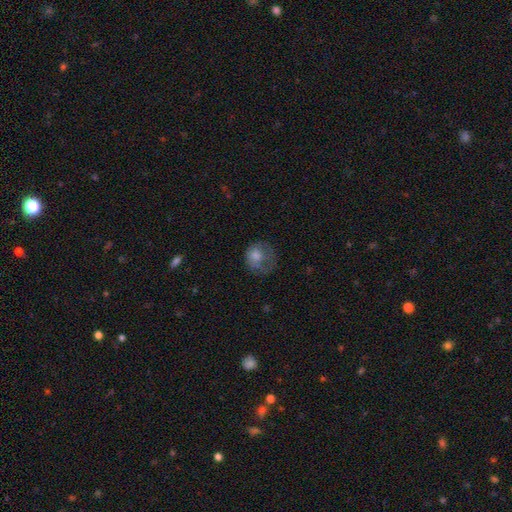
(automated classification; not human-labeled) A smooth galaxy with no disk features (62%) that is round (72%). Merging: none (40%).